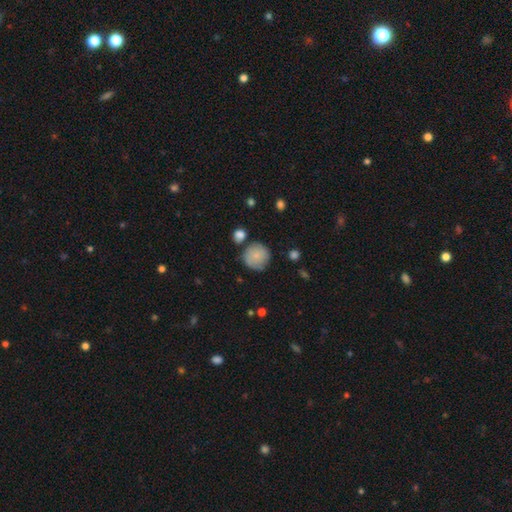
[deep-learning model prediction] A smooth galaxy with no disk features (80%) that is round (93%).

Vote fractions:
- Smooth or featured? smooth: 80% / featured or disk: 13% / star or artifact: 7%
- How rounded? round: 93% / in between: 6% / cigar-shaped: 1%
- Merging? none: 72% / minor disturbance: 18% / merger: 6% / major disturbance: 4%